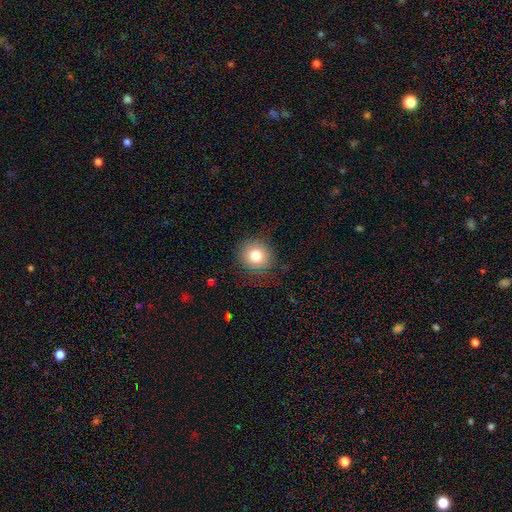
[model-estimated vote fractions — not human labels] Overall: smooth (79%). How rounded: round (88%). Merging: none (82%).